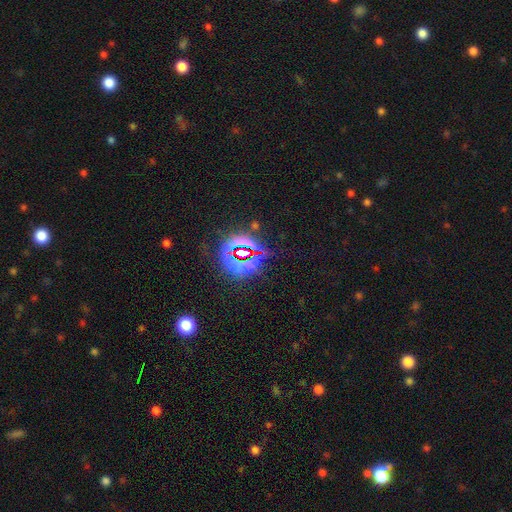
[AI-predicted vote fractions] Smooth or featured: star or artifact — 81% (smooth — 12%)